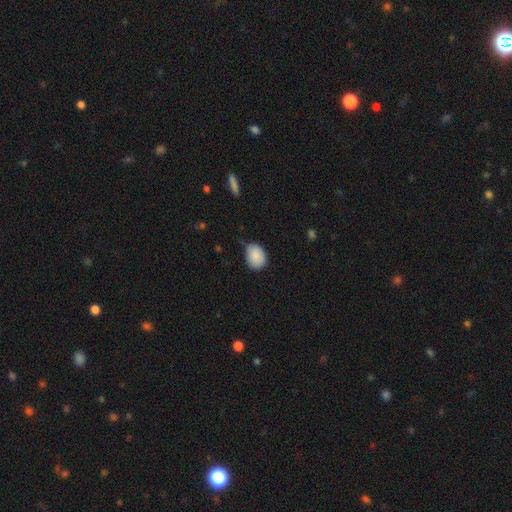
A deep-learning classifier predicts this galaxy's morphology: This appears to be a smooth galaxy with no disk features (88%) that is in between round and cigar-shaped (61%). Merging: none (68%).